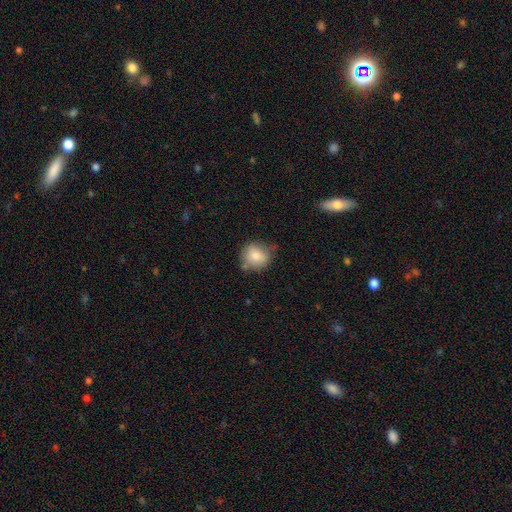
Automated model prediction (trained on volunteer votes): A smooth galaxy with no disk features (80%) that is round (82%). Merging: none (59%).